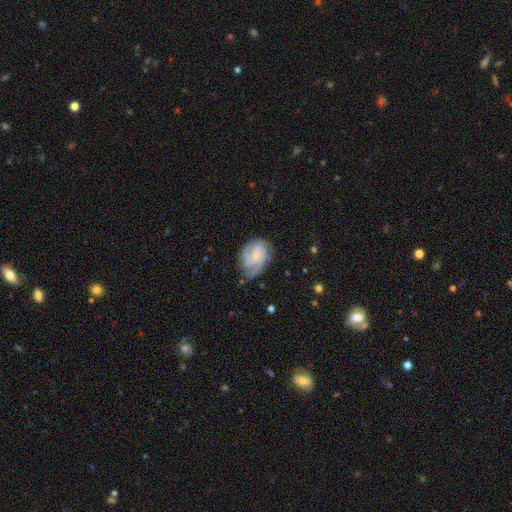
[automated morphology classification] Smooth or featured: featured or disk — 80% (smooth — 13%)
Edge-on disk: no — 98% (yes — 2%)
Bar: no — 65% (weak — 30%)
Spiral arms: yes — 96% (no — 4%)
Spiral winding: tight — 55% (medium — 37%)
Spiral arm count: 3 — 40% (can't tell — 20%)
Bulge size: small — 63% (moderate — 25%)
Merging: none — 65% (minor disturbance — 24%)